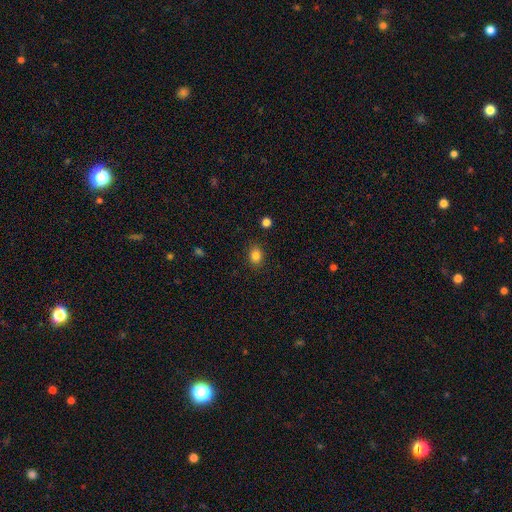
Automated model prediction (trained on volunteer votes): smooth_or_featured: smooth (p=0.83) [alt: star or artifact p=0.11]
how_rounded: round (p=0.53) [alt: in between p=0.46]
merging: none (p=0.87) [alt: minor disturbance p=0.09]